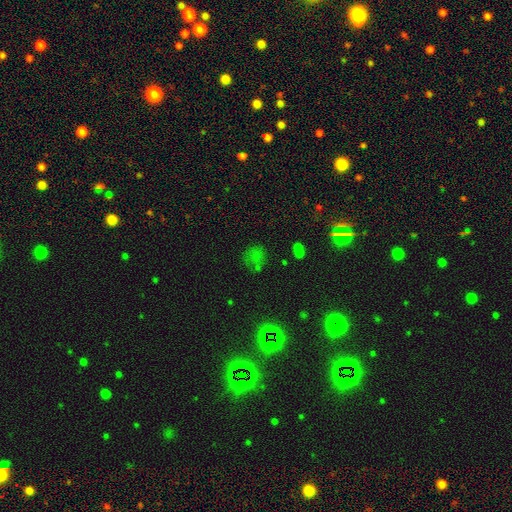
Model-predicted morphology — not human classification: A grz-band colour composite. It shows a smooth galaxy with no disk features (54%) that is round (75%). Merging: none (60%).